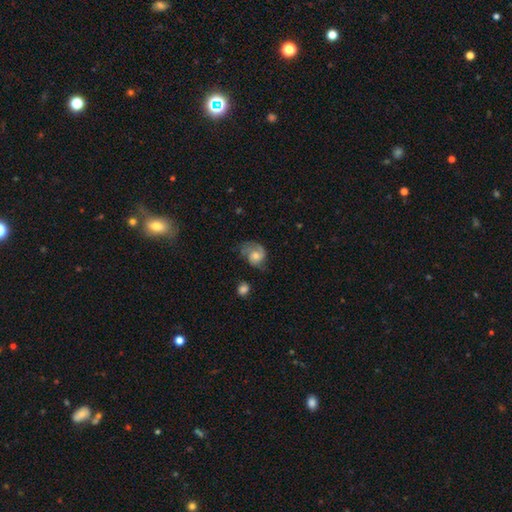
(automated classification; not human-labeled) A featured or disk galaxy (64%) with no bar (71%), 2 (66%) medium (45%) spiral arms (90%) and a moderate central bulge (53%). Merging: none (49%).